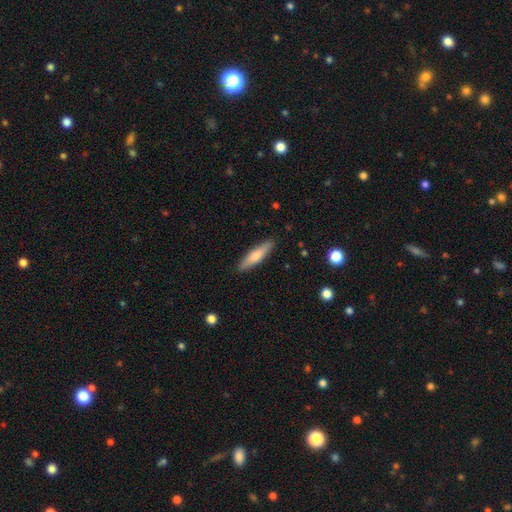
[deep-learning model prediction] Smooth or featured: smooth — 67% (featured or disk — 28%)
How rounded: cigar-shaped — 78% (in between — 20%)
Merging: none — 89% (minor disturbance — 8%)